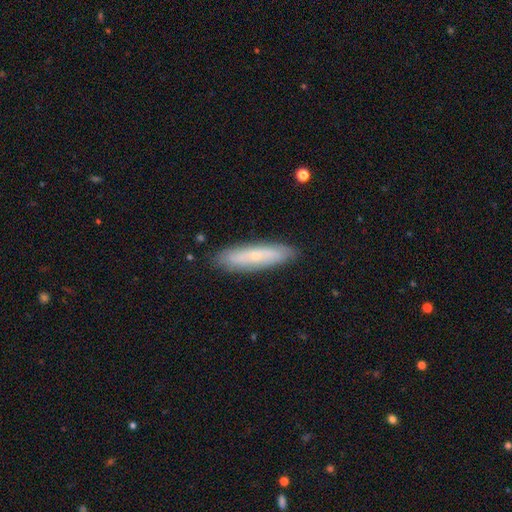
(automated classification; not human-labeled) Smooth or featured? smooth (49%)
Merging? none (87%)